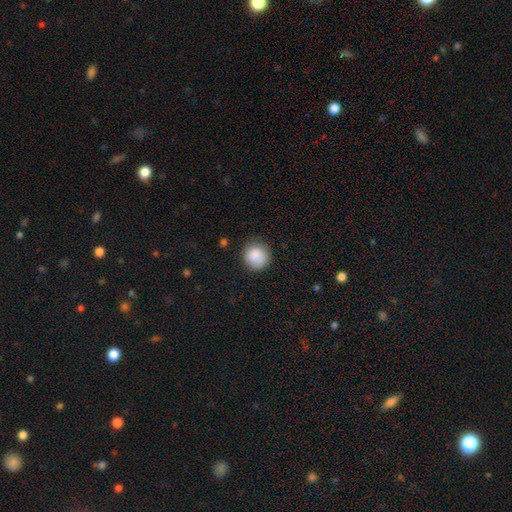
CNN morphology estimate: Smooth or featured? smooth (87%)
How rounded? round (92%)
Merging? none (82%)